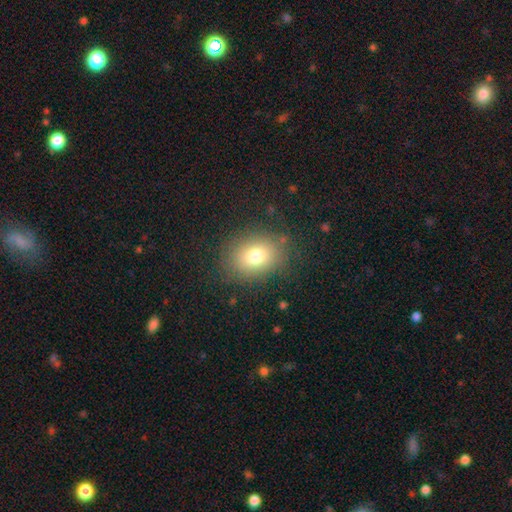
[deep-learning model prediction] smooth_or_featured: smooth (p=0.77) [alt: star or artifact p=0.13]
how_rounded: in between (p=0.59) [alt: round p=0.40]
merging: none (p=0.86) [alt: minor disturbance p=0.10]